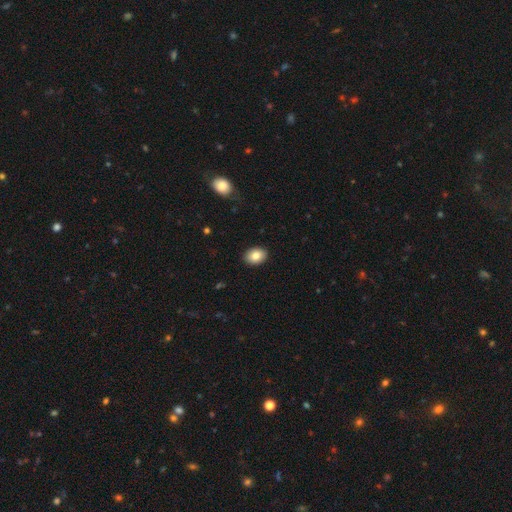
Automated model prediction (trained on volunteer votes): Smooth or featured?
  - smooth: 84% *
  - featured or disk: 8%
  - star or artifact: 8%
How rounded?
  - in between: 75% *
  - round: 24%
  - cigar-shaped: 1%
Merging?
  - none: 90% *
  - minor disturbance: 7%
  - major disturbance: 2%
  - merger: 1%